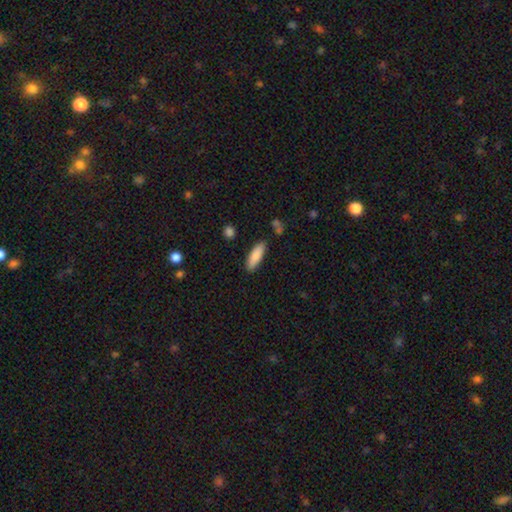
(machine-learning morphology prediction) A smooth galaxy with no disk features (86%) that is in between round and cigar-shaped (49%, tied with cigar-shaped).

Vote fractions:
- Smooth or featured? smooth: 86% / featured or disk: 8% / star or artifact: 6%
- How rounded? in between: 49% (tied) / cigar-shaped: 49% (tied) / round: 2%
- Merging? none: 85% / minor disturbance: 10% / merger: 3% / major disturbance: 2%